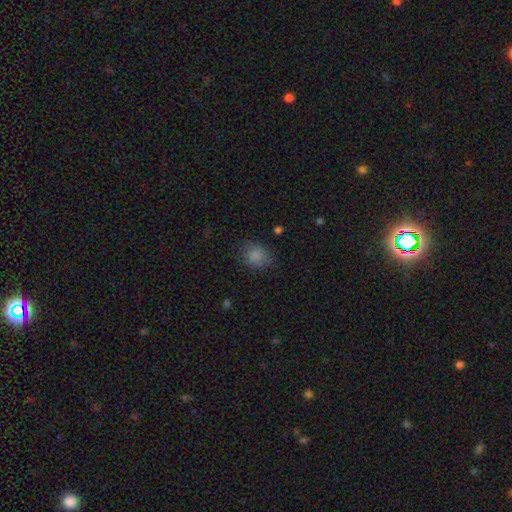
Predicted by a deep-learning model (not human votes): Smooth or featured? smooth (83%)
How rounded? round (62%)
Merging? none (74%)